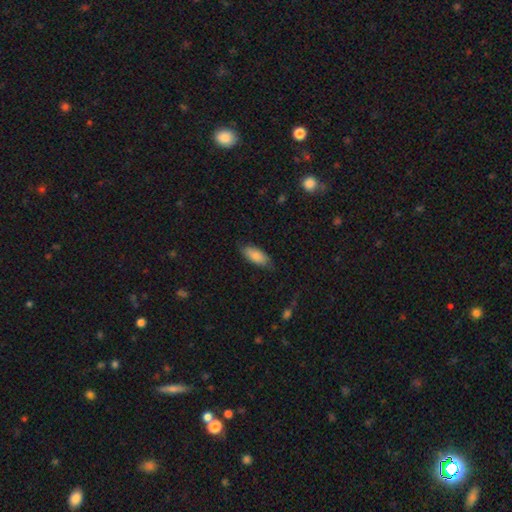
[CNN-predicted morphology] This appears to be a smooth galaxy with no disk features (83%) that is in between round and cigar-shaped (86%). Merging: none (78%).